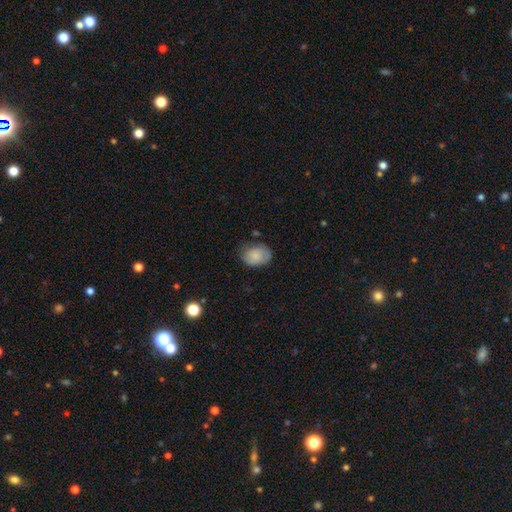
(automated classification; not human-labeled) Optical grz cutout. It shows a smooth galaxy with no disk features (82%) that is in between round and cigar-shaped (69%). Merging: none (65%).